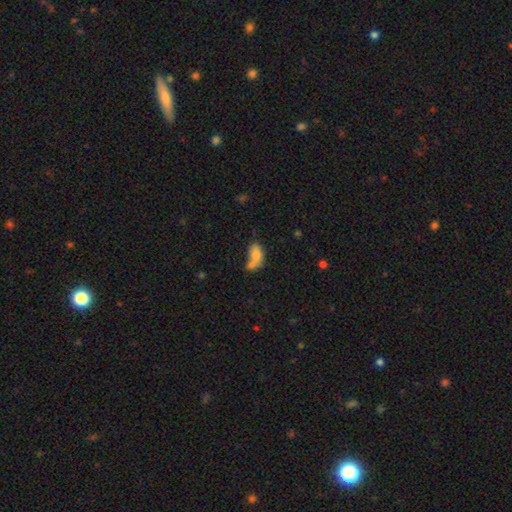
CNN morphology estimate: This appears to be a smooth galaxy with no disk features (76%) that is in between round and cigar-shaped (87%). Merging: merger (50%).